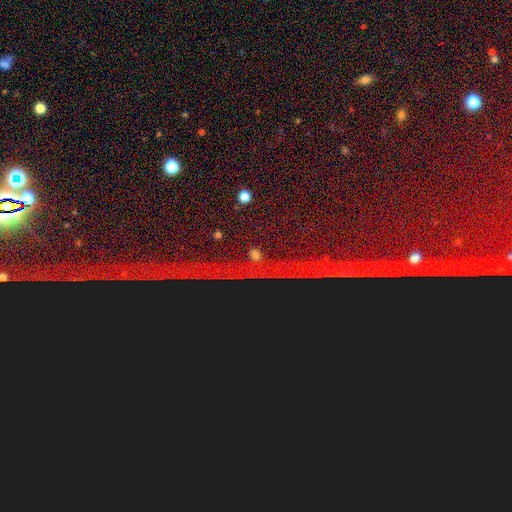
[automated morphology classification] smooth_or_featured: star or artifact (p=0.72) [alt: smooth p=0.19]